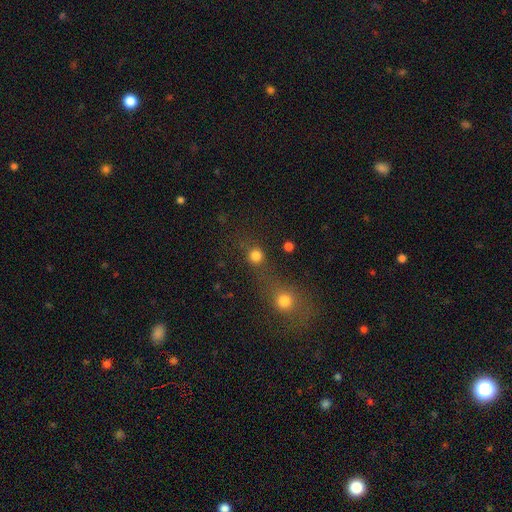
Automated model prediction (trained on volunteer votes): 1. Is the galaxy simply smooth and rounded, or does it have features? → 80% smooth, 14% star or artifact, 6% featured or disk.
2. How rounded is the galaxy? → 90% round, 9% in between, 1% cigar-shaped.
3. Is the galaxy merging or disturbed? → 55% none, 32% merger, 7% minor disturbance, 6% major disturbance.